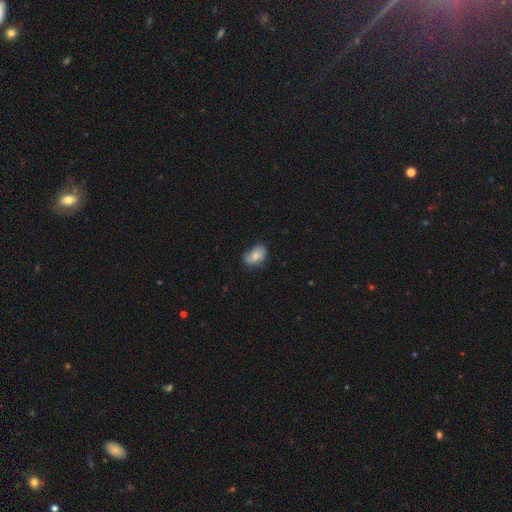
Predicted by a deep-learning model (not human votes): Q: Smooth or featured?
A: smooth (73%); runner-up: featured or disk (19%)
Q: How rounded?
A: in between (85%); runner-up: round (13%)
Q: Merging?
A: none (57%); runner-up: minor disturbance (32%)